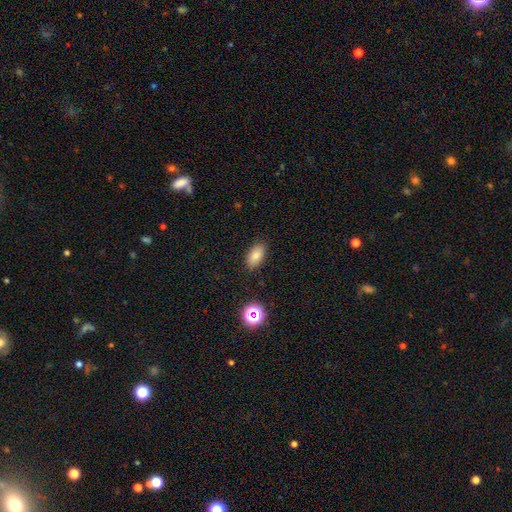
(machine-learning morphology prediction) smooth_or_featured: smooth (p=0.80) [alt: star or artifact p=0.11]
how_rounded: in between (p=0.91) [alt: round p=0.06]
merging: none (p=0.86) [alt: minor disturbance p=0.10]